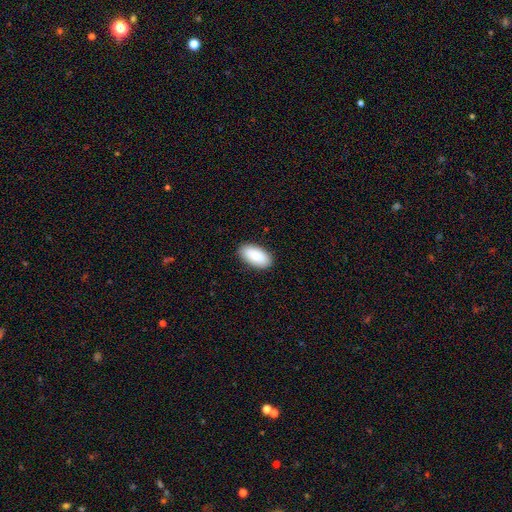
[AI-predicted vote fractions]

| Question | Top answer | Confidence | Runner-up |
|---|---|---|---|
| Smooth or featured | smooth | 91% | star or artifact (6%) |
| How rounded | in between | 95% | cigar-shaped (3%) |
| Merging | none | 89% | minor disturbance (8%) |